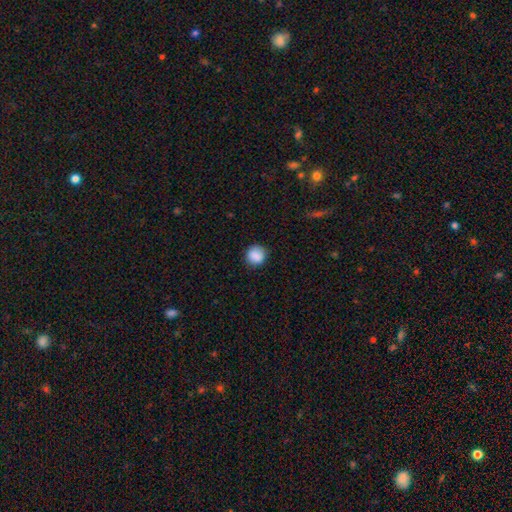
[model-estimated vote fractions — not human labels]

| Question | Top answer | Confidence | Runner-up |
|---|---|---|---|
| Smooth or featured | smooth | 88% | star or artifact (8%) |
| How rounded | round | 90% | in between (9%) |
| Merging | none | 86% | minor disturbance (10%) |